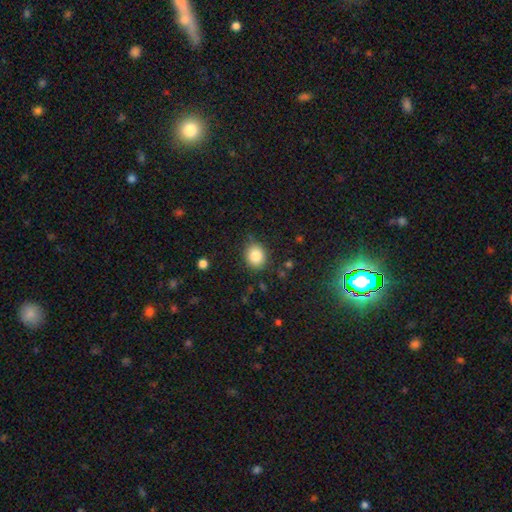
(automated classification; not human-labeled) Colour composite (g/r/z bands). It shows a smooth galaxy with no disk features (84%) that is round (69%). Merging: none (85%).